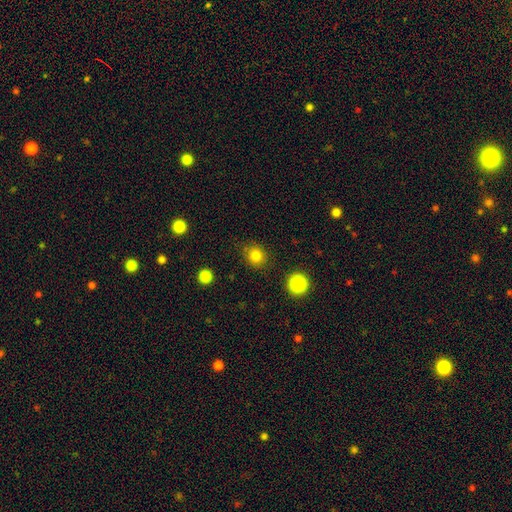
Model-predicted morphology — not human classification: Smooth or featured: smooth — 81% (star or artifact — 13%)
How rounded: round — 84% (in between — 15%)
Merging: none — 84% (minor disturbance — 11%)